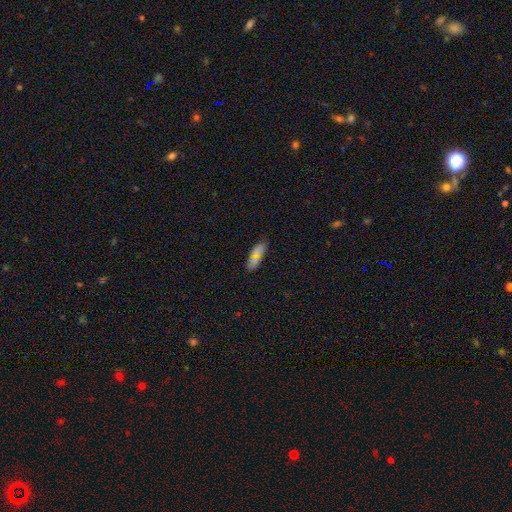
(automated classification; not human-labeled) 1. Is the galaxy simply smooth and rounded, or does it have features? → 74% smooth, 16% star or artifact, 11% featured or disk.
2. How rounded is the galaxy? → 67% in between, 29% cigar-shaped, 4% round.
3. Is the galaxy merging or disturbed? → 82% none, 11% minor disturbance, 4% merger, 3% major disturbance.